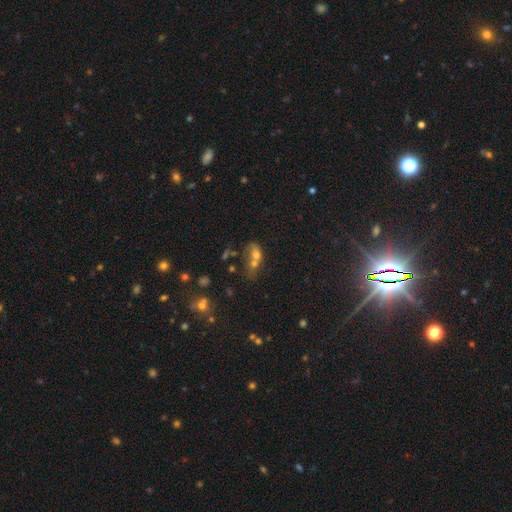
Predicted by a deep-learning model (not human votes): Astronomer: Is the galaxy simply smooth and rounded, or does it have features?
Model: smooth — 55%.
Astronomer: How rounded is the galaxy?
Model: in between — 60%.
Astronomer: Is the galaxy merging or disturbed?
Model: merger — 61%.